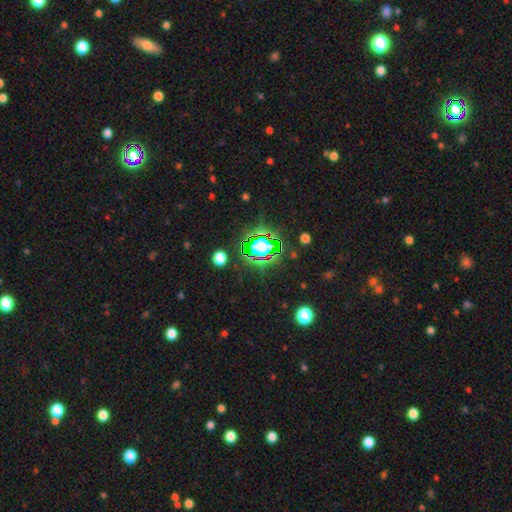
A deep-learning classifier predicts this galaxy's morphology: smooth-or-featured: star or artifact: 75% | smooth: 16% | featured or disk: 9%